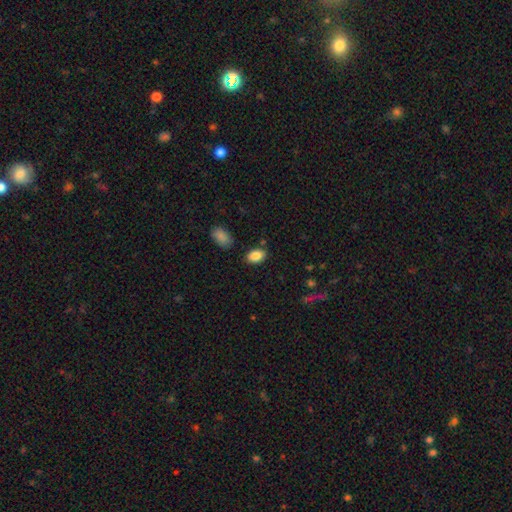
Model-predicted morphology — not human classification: This appears to be a smooth galaxy with no disk features (87%) that is in between round and cigar-shaped (89%). Merging: none (82%).